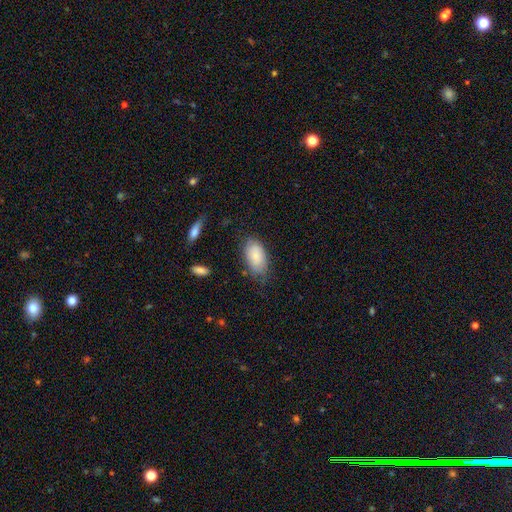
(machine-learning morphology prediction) smooth_or_featured: smooth (p=0.81) [alt: featured or disk p=0.13]
how_rounded: in between (p=0.94) [alt: round p=0.04]
merging: none (p=0.68) [alt: minor disturbance p=0.23]